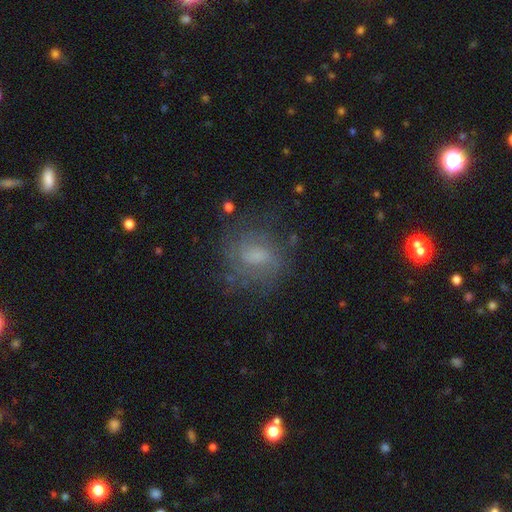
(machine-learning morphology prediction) Smooth or featured? featured or disk (53%)
Edge-on disk? no (96%)
Bar? weak (49%)
Spiral arms? yes (77%)
Bulge size? moderate (34%)
Merging? none (66%)